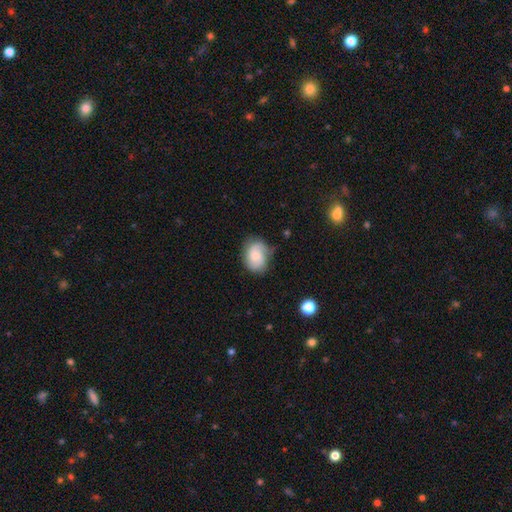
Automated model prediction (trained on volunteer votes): smooth-or-featured: smooth: 55% | featured or disk: 37% | star or artifact: 8%
  how-rounded: in between: 57% | round: 42% | cigar-shaped: 1%
  merging: none: 59% | minor disturbance: 30% | major disturbance: 9% | merger: 2%